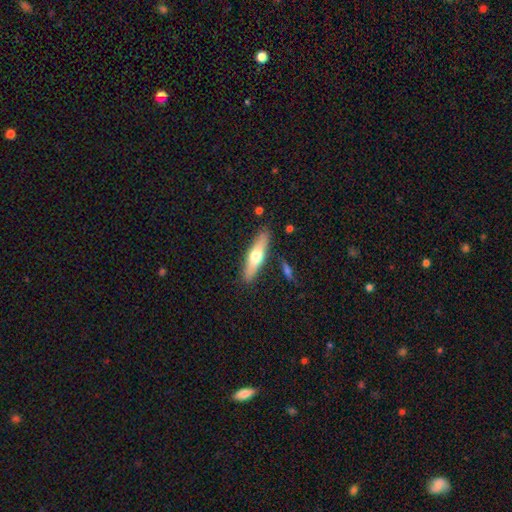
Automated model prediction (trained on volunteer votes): Q: Smooth or featured?
A: smooth (51%); runner-up: featured or disk (43%)
Q: How rounded?
A: cigar-shaped (71%); runner-up: in between (27%)
Q: Merging?
A: none (85%); runner-up: minor disturbance (10%)